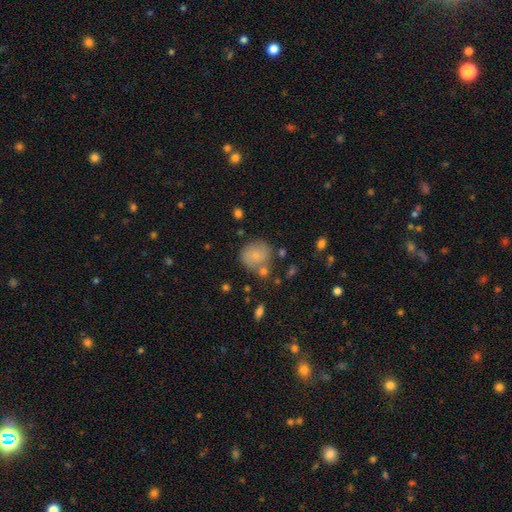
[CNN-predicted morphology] smooth_or_featured: smooth (p=0.69) [alt: featured or disk p=0.21]
how_rounded: round (p=0.82) [alt: in between p=0.17]
merging: none (p=0.66) [alt: minor disturbance p=0.17]